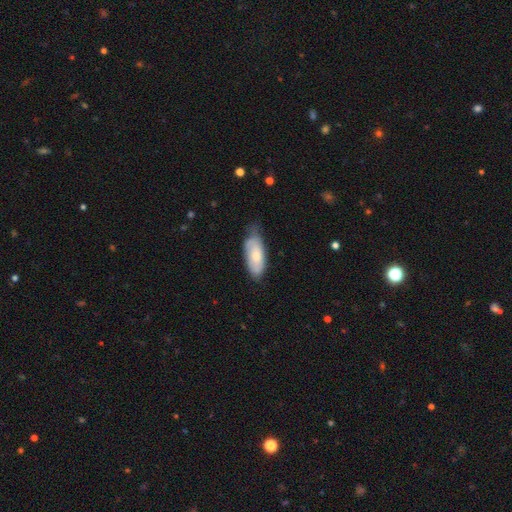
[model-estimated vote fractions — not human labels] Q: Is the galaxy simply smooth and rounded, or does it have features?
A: smooth — 65%.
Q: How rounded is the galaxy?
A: in between — 86%.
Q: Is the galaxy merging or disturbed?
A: none — 53%.